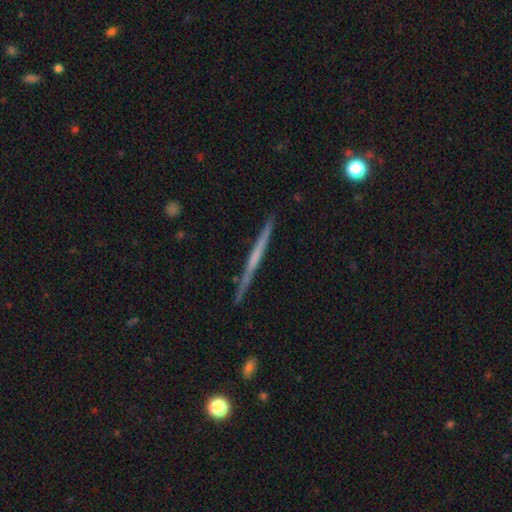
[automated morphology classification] featured or disk 64%, smooth 30%, star or artifact 6%. Down the decision tree: edge-on disk — yes (98%); edge-on bulge — none (78%); merging — none (90%).